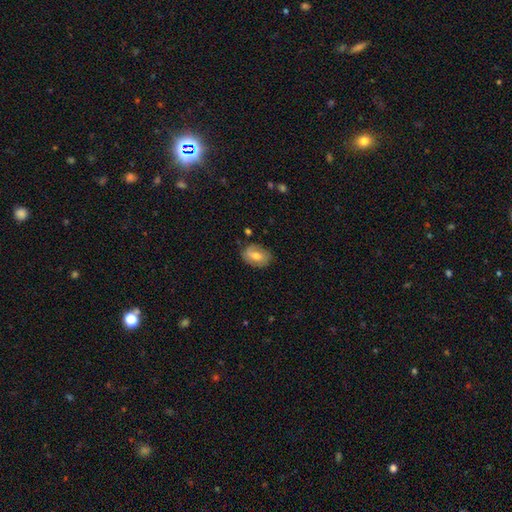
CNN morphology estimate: A smooth galaxy with no disk features (59%) that is in between round and cigar-shaped (78%). Merging: none (73%).